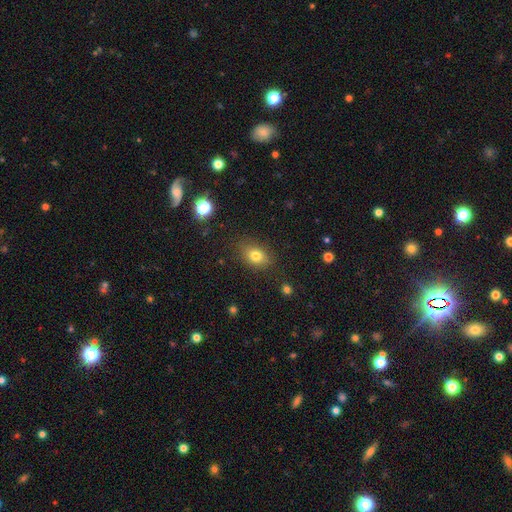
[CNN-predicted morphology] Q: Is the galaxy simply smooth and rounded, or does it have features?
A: smooth — 77%.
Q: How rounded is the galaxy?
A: in between — 69%.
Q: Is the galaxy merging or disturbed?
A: none — 80%.